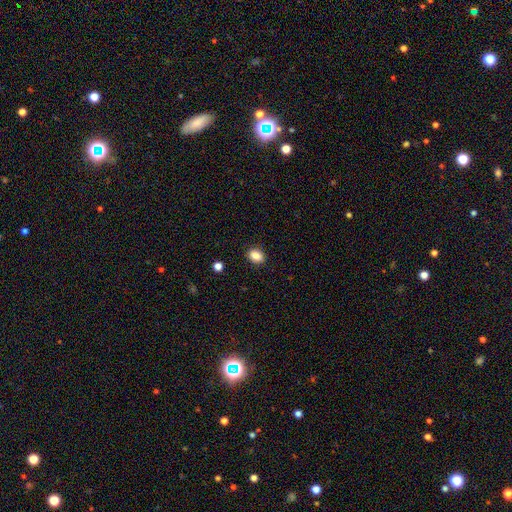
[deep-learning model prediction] smooth 87%, star or artifact 9%, featured or disk 4%. Down the decision tree: how rounded — in between (68%); merging — none (90%).